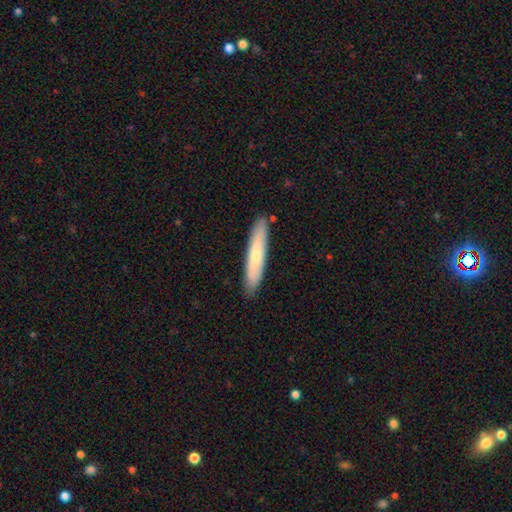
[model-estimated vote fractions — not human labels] The model was most divided on "smooth or featured": smooth: 66%, featured or disk: 28%, star or artifact: 5%. More confident: how rounded — cigar-shaped (90%); merging — none (89%).